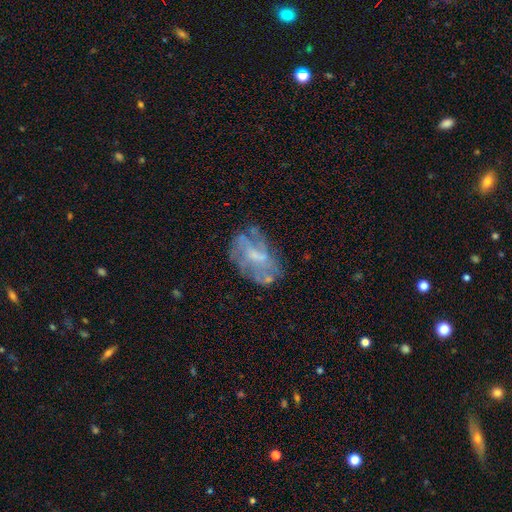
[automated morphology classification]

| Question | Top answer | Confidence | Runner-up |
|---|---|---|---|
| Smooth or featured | featured or disk | 63% | smooth (26%) |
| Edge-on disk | no | 96% | yes (4%) |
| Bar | no | 54% | weak (37%) |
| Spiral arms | no | 57% | yes (43%) |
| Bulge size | small | 37% | moderate (31%) |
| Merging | none | 54% | minor disturbance (23%) |